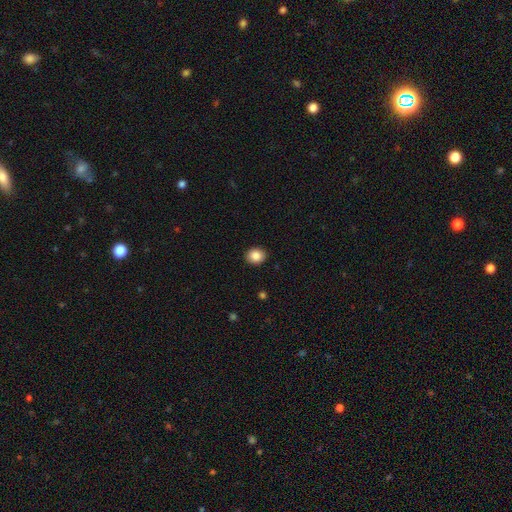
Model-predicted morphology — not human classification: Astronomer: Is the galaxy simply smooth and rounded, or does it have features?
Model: smooth — 87%.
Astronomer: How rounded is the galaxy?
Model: round — 62% (runner-up: in between, 37%).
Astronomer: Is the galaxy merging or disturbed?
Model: none — 91%.